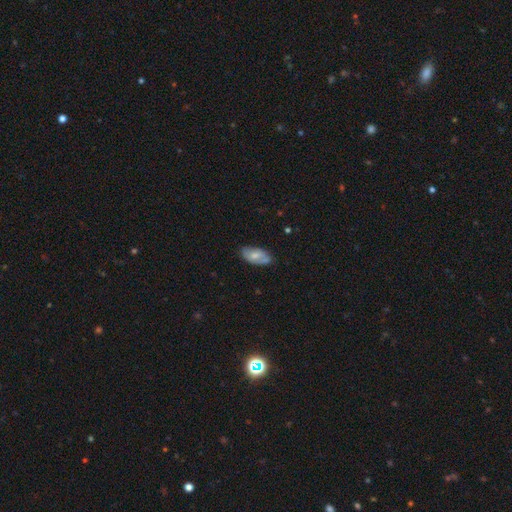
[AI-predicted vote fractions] smooth-or-featured: smooth: 59% | featured or disk: 34% | star or artifact: 7%
  how-rounded: in between: 92% | cigar-shaped: 5% | round: 3%
  merging: none: 69% | minor disturbance: 24% | major disturbance: 5% | merger: 2%